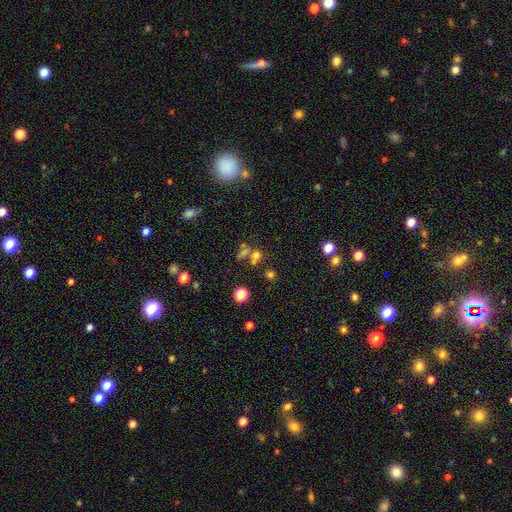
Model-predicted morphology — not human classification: smooth_or_featured: smooth (p=0.60) [alt: star or artifact p=0.27]
how_rounded: round (p=0.71) [alt: in between p=0.25]
merging: none (p=0.48) [alt: merger p=0.36]